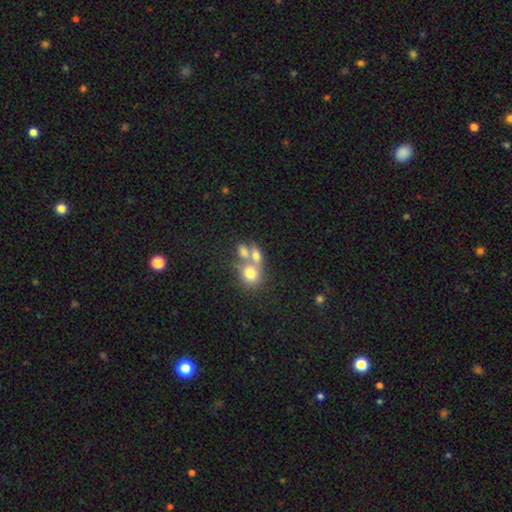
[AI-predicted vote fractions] Overall: smooth (67%). How rounded: in between (53%; round 44%). Merging: merger (60%; none 27%).